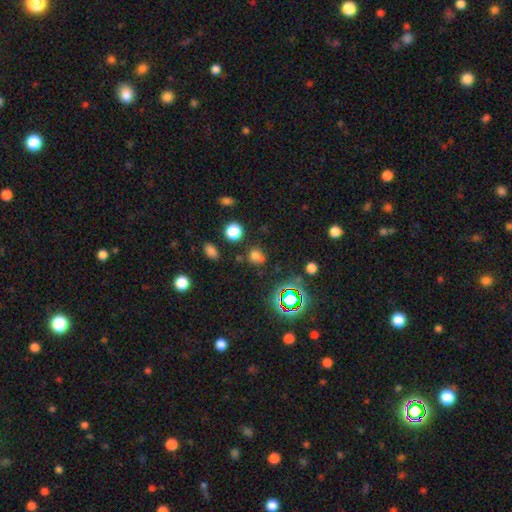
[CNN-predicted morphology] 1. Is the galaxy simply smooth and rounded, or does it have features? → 66% smooth, 27% star or artifact, 7% featured or disk.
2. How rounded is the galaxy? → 69% round, 30% in between, 1% cigar-shaped.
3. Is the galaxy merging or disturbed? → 71% none, 15% minor disturbance, 9% merger, 6% major disturbance.